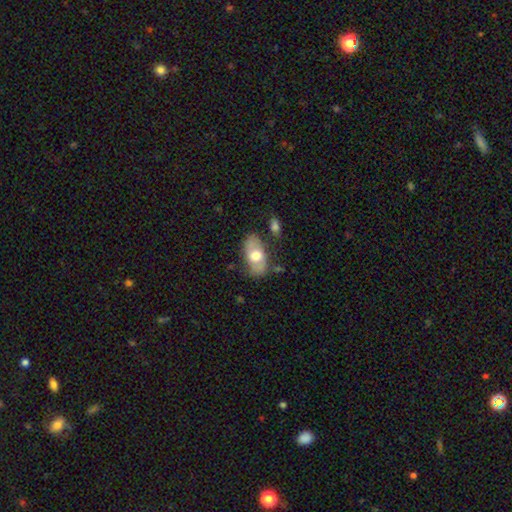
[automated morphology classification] This appears to be a smooth galaxy with no disk features (52%) that is in between round and cigar-shaped (90%). Merging: none (69%).